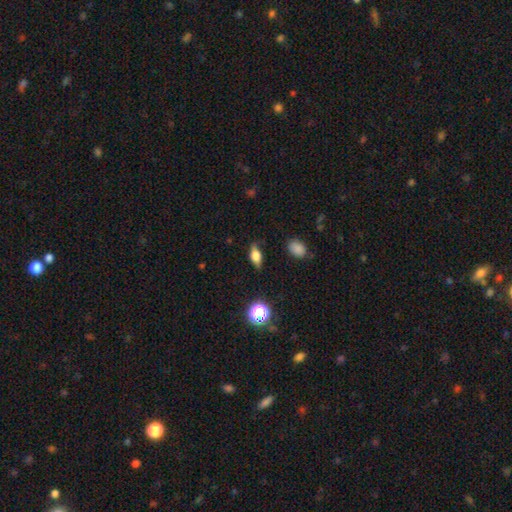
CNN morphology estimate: Smooth or featured? smooth (56%)
How rounded? in between (71%)
Merging? none (75%)